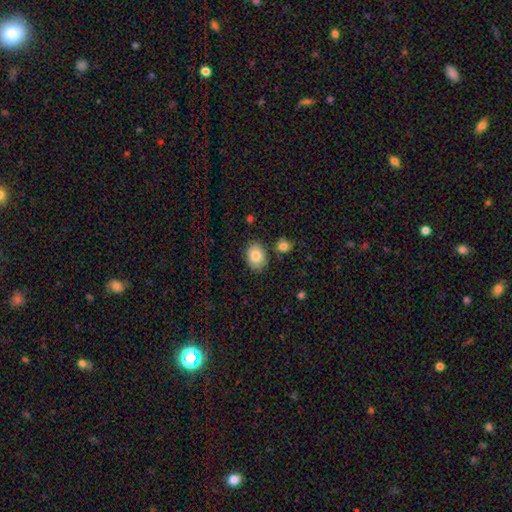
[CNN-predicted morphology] This appears to be a smooth galaxy with no disk features (84%) that is in between round and cigar-shaped (78%). Merging: none (84%).